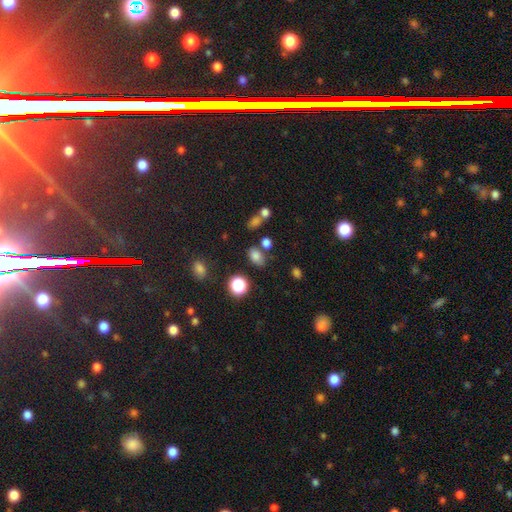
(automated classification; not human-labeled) A smooth galaxy with no disk features (75%) that is in between round and cigar-shaped (78%).

Vote fractions:
- Smooth or featured? smooth: 75% / star or artifact: 17% / featured or disk: 7%
- How rounded? in between: 78% / round: 21% / cigar-shaped: 2%
- Merging? none: 68% / minor disturbance: 15% / merger: 12% / major disturbance: 5%